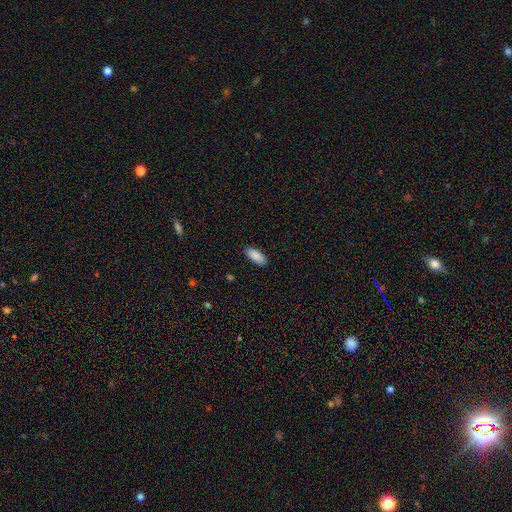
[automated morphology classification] Smooth or featured?
  - smooth: 89% *
  - star or artifact: 6%
  - featured or disk: 5%
How rounded?
  - in between: 86% *
  - cigar-shaped: 12%
  - round: 2%
Merging?
  - none: 89% *
  - minor disturbance: 9%
  - major disturbance: 2%
  - merger: 1%